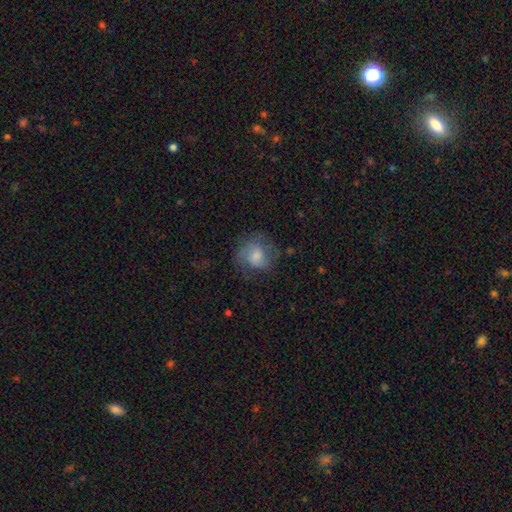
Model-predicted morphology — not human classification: The model was most divided on "smooth or featured": smooth: 57%, featured or disk: 35%, star or artifact: 9%. More confident: how rounded — round (73%); merging — none (53%).